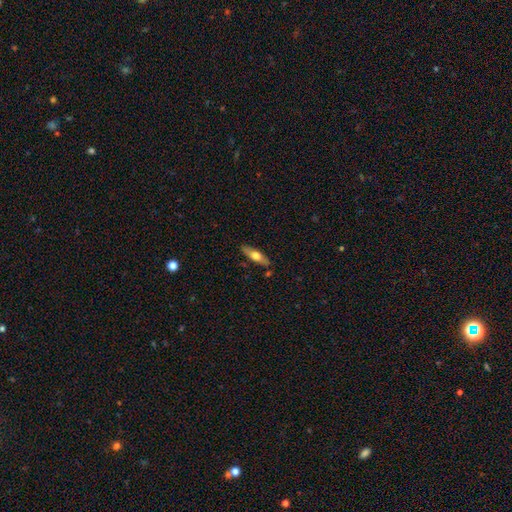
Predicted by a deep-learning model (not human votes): smooth_or_featured: smooth (p=0.54) [alt: featured or disk p=0.40]
how_rounded: cigar-shaped (p=0.58) [alt: in between p=0.40]
merging: none (p=0.83) [alt: minor disturbance p=0.11]